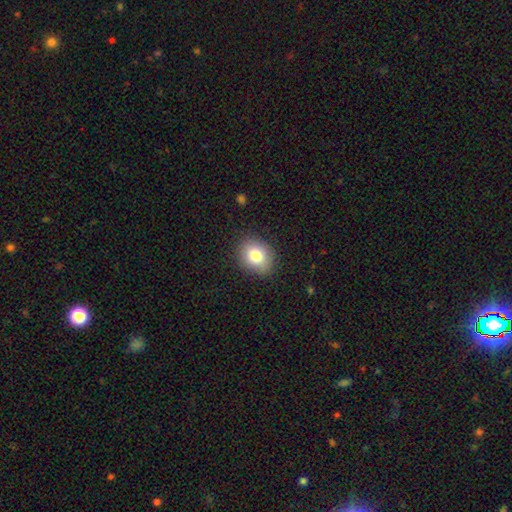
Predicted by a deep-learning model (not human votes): Q: Smooth or featured?
A: smooth (80%); runner-up: featured or disk (11%)
Q: How rounded?
A: round (52%); runner-up: in between (47%)
Q: Merging?
A: none (87%); runner-up: minor disturbance (9%)